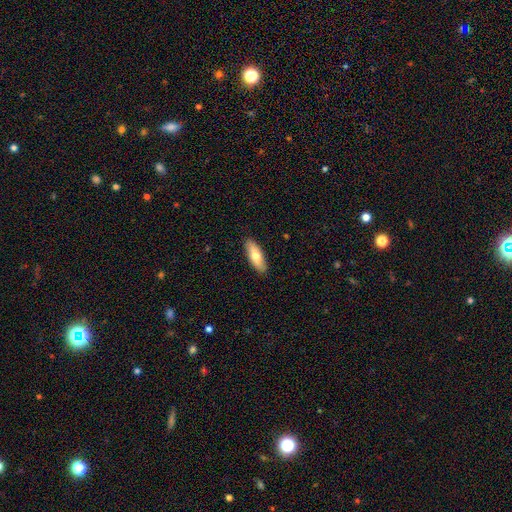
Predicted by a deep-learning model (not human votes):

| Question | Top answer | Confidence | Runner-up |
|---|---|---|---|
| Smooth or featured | smooth | 69% | featured or disk (25%) |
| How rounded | in between | 63% | cigar-shaped (34%) |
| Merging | none | 89% | minor disturbance (9%) |